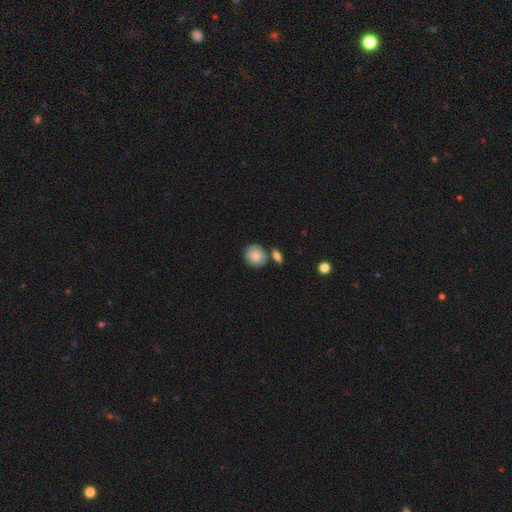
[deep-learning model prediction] Smooth or featured?
  - smooth: 86% *
  - featured or disk: 7%
  - star or artifact: 7%
How rounded?
  - round: 85% *
  - in between: 14%
  - cigar-shaped: 1%
Merging?
  - none: 71% *
  - merger: 15%
  - minor disturbance: 11%
  - major disturbance: 3%